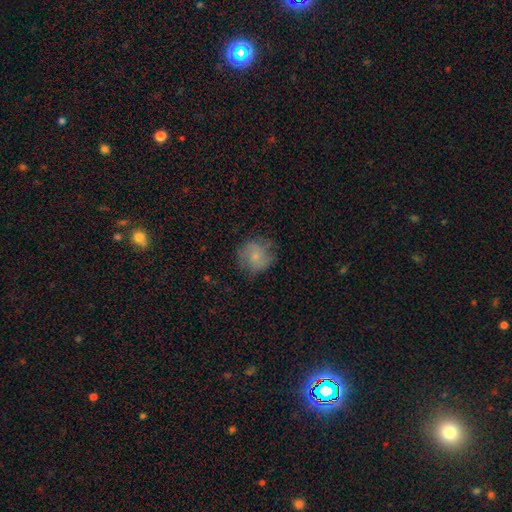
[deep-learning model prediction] A smooth galaxy with no disk features (66%) that is round (86%).

Vote fractions:
- Smooth or featured? smooth: 66% / featured or disk: 26% / star or artifact: 8%
- How rounded? round: 86% / in between: 13% / cigar-shaped: 1%
- Merging? none: 68% / minor disturbance: 22% / major disturbance: 9% / merger: 1%